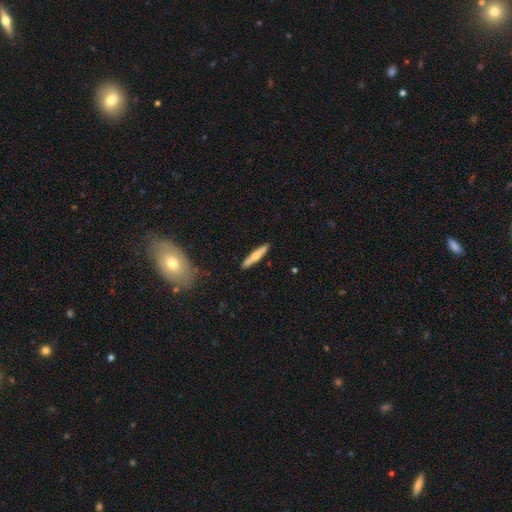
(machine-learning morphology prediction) type=smooth (52%); roundness=cigar-shaped (90%); merging=none (89%).